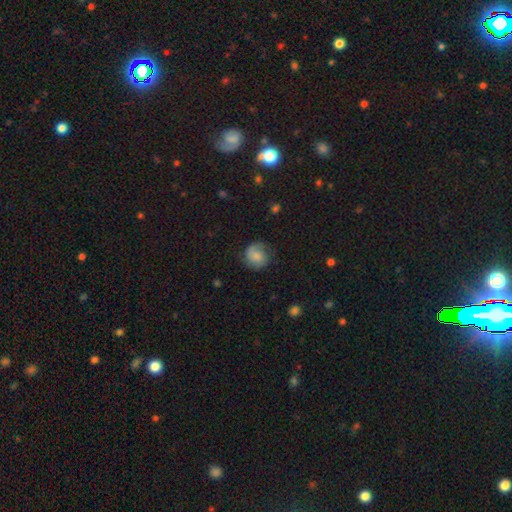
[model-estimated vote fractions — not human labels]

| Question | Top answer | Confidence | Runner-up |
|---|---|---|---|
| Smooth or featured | featured or disk | 50% | smooth (41%) |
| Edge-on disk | no | 98% | yes (2%) |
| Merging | none | 68% | minor disturbance (20%) |